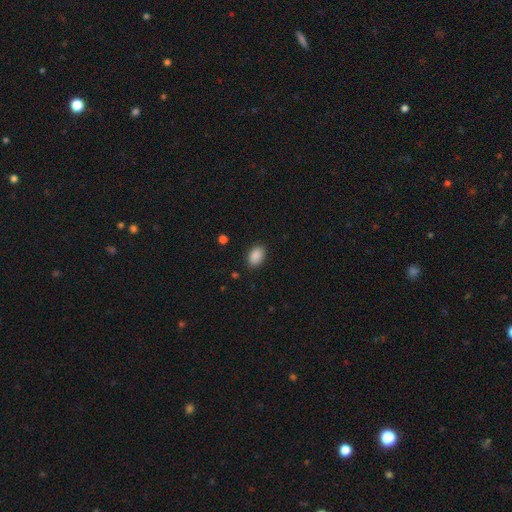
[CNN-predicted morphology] A smooth galaxy with no disk features (89%) that is in between round and cigar-shaped (86%). Merging: none (88%).